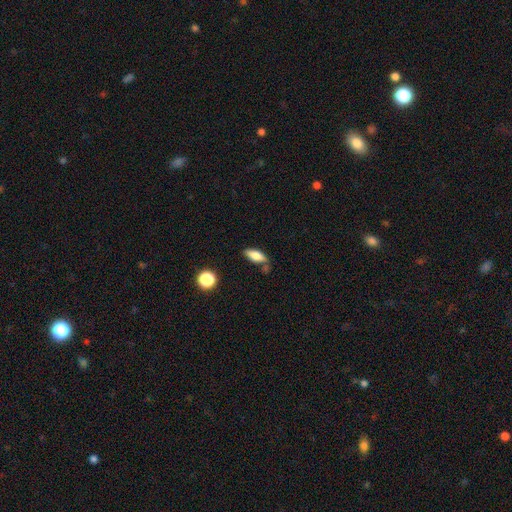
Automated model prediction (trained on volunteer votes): A smooth galaxy with no disk features (80%) that is in between round and cigar-shaped (79%).

Vote fractions:
- Smooth or featured? smooth: 80% / featured or disk: 12% / star or artifact: 8%
- How rounded? in between: 79% / cigar-shaped: 17% / round: 4%
- Merging? none: 62% / minor disturbance: 22% / merger: 10% / major disturbance: 6%